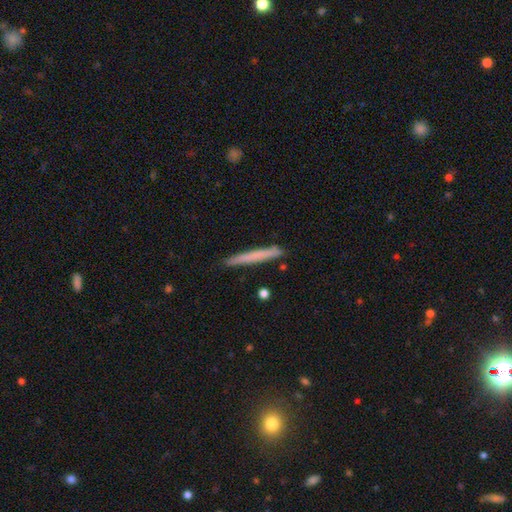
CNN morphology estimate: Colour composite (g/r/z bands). It shows a smooth galaxy with no disk features (67%) that is cigar-shaped (97%). Merging: none (89%).